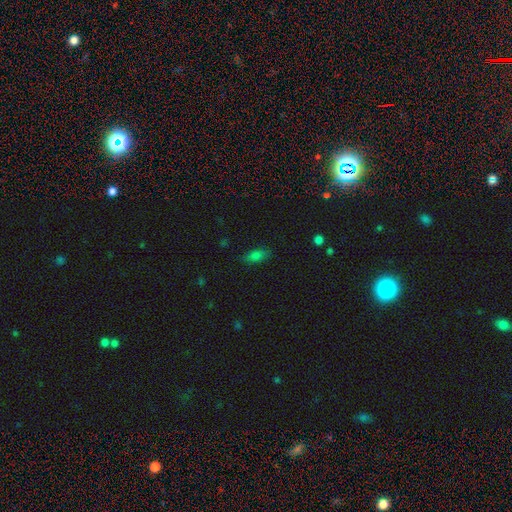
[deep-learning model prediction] Smooth or featured? Predicted: smooth (p=0.78). How rounded? Predicted: in between (p=0.81). Merging? Predicted: none (p=0.82).